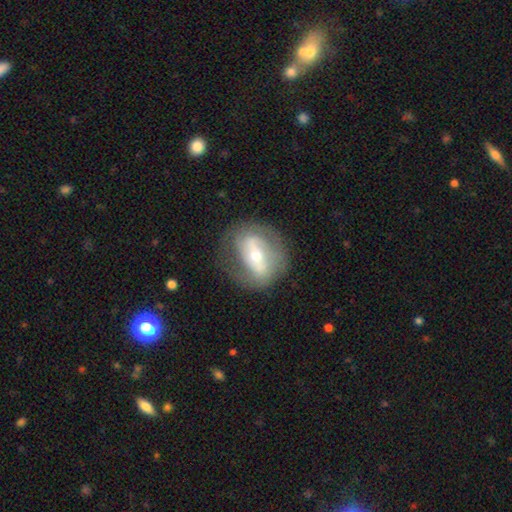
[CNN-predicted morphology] smooth-or-featured: featured or disk: 66% | smooth: 28% | star or artifact: 7%
  disk-edge-on: no: 92% | yes: 8%
    bar: strong: 44% | weak: 30% | no: 26%
    has-spiral-arms: yes: 54% | no: 46%
    bulge-size: moderate: 52% | small: 42% | large: 4% | dominant: 1% | none: 1%
  merging: none: 66% | minor disturbance: 20% | major disturbance: 13% | merger: 2%